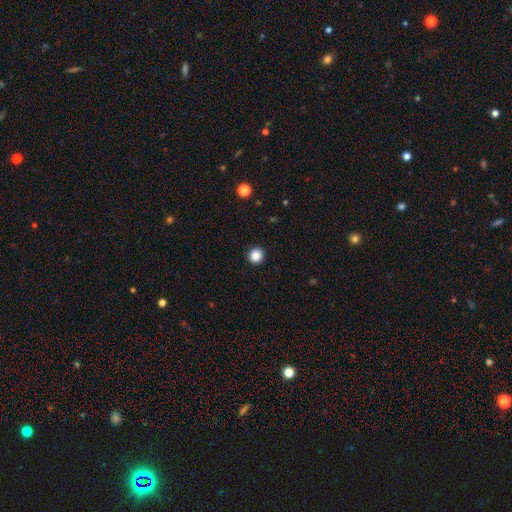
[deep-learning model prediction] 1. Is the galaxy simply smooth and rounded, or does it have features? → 86% smooth, 11% star or artifact, 3% featured or disk.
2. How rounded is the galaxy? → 95% round, 4% in between, 1% cigar-shaped.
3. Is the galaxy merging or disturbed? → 93% none, 4% minor disturbance, 2% major disturbance, 1% merger.